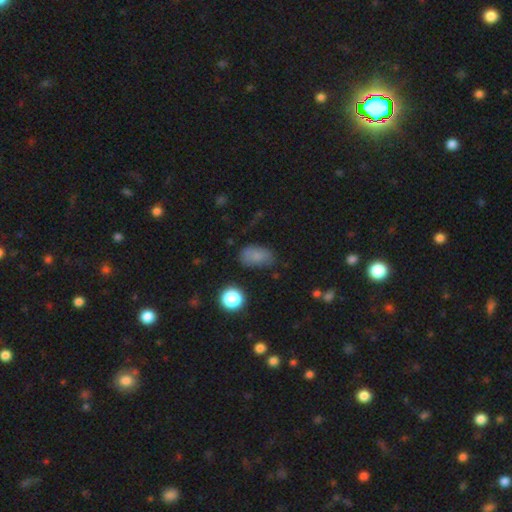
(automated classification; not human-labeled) Smooth or featured? smooth (78%)
How rounded? in between (86%)
Merging? none (66%)